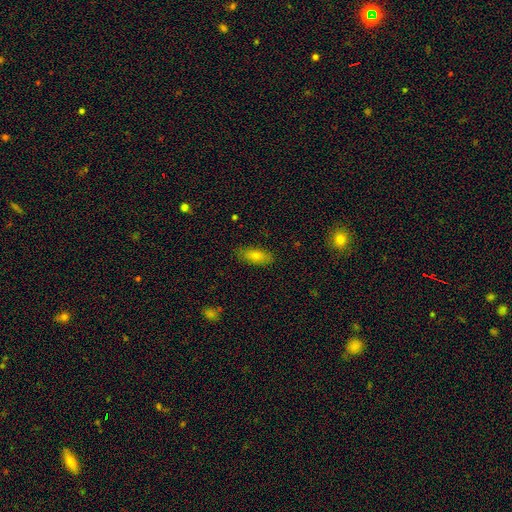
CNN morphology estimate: A smooth galaxy with no disk features (73%) that is in between round and cigar-shaped (74%).

Vote fractions:
- Smooth or featured? smooth: 73% / featured or disk: 18% / star or artifact: 9%
- How rounded? in between: 74% / cigar-shaped: 23% / round: 3%
- Merging? none: 85% / minor disturbance: 12% / major disturbance: 2% / merger: 1%